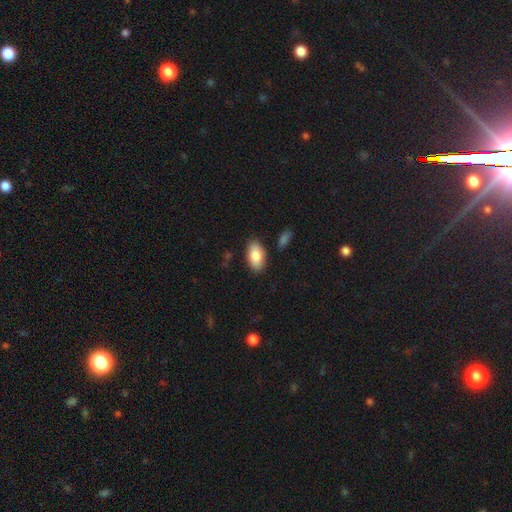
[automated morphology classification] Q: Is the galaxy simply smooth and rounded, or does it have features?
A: smooth — 83%.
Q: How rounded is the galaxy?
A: in between — 94%.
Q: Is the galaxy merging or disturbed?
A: none — 83%.